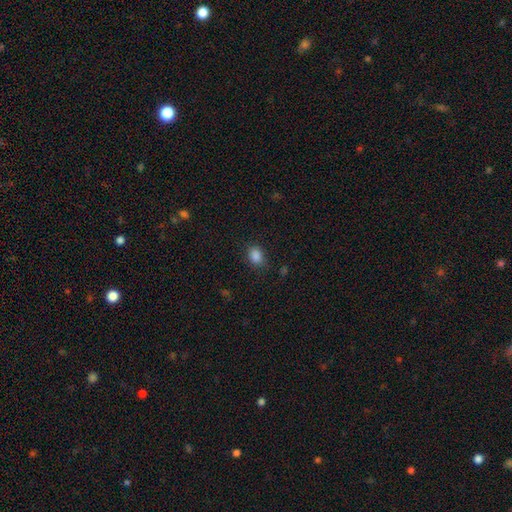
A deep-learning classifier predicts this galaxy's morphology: This is clearly a smooth galaxy (85%). How rounded: likely in between (66%). Merging: likely none (79%).